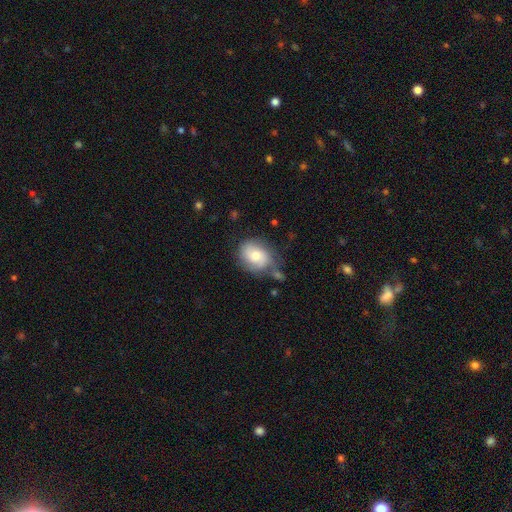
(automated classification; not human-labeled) The model was most divided on "how rounded": round: 51%, in between: 48%, cigar-shaped: 1%. More confident: smooth or featured — smooth (57%); merging — none (54%).